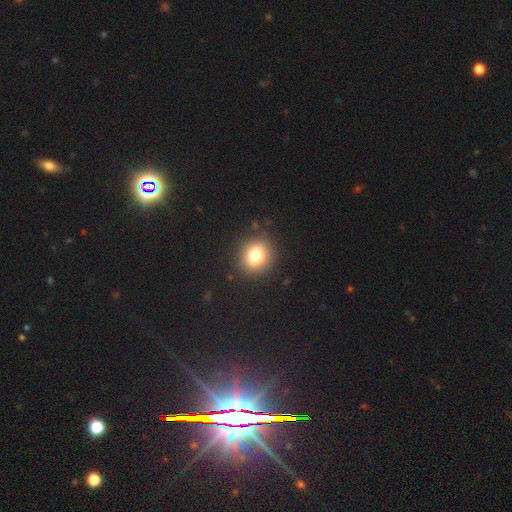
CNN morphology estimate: smooth-or-featured: smooth: 78% | star or artifact: 12% | featured or disk: 10%
  how-rounded: round: 78% | in between: 21% | cigar-shaped: 1%
  merging: none: 88% | minor disturbance: 8% | major disturbance: 3% | merger: 1%